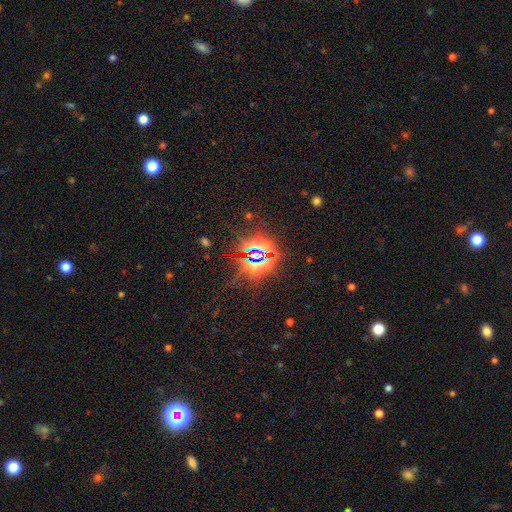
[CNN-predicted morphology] smooth-or-featured: star or artifact: 82% | smooth: 9% | featured or disk: 9%